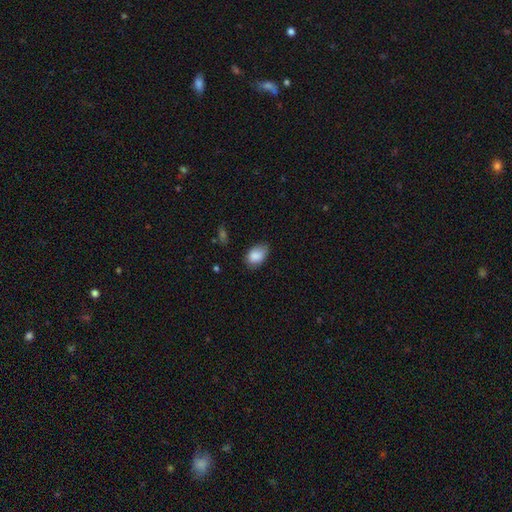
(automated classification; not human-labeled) smooth_or_featured: smooth (p=0.87) [alt: star or artifact p=0.07]
how_rounded: in between (p=0.86) [alt: round p=0.13]
merging: none (p=0.71) [alt: minor disturbance p=0.24]